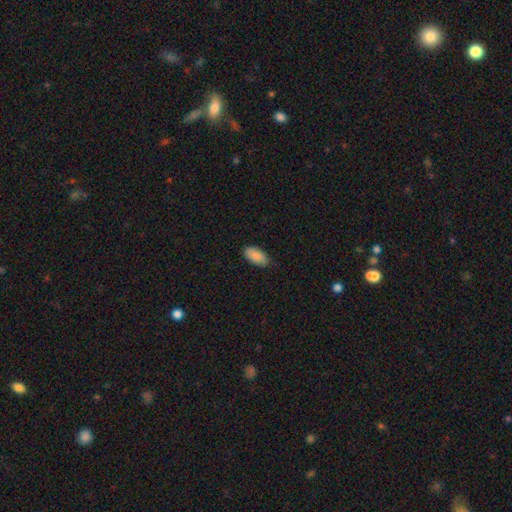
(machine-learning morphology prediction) Smooth or featured?
  - smooth: 89% *
  - star or artifact: 6%
  - featured or disk: 4%
How rounded?
  - in between: 93% *
  - cigar-shaped: 5%
  - round: 2%
Merging?
  - none: 85% *
  - minor disturbance: 12%
  - major disturbance: 2%
  - merger: 1%